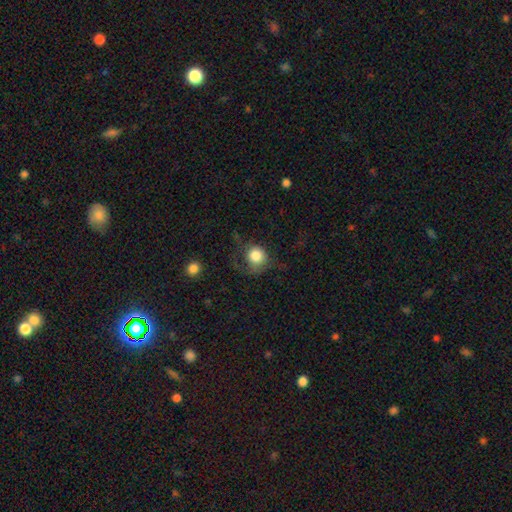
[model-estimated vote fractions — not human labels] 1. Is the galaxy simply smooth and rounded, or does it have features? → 80% smooth, 12% featured or disk, 9% star or artifact.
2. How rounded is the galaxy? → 87% round, 12% in between, 1% cigar-shaped.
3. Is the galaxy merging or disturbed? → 50% none, 24% major disturbance, 23% minor disturbance, 2% merger.